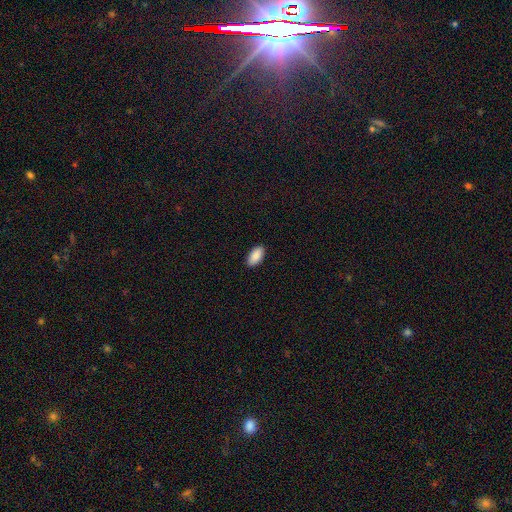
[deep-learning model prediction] Smooth or featured?
  - smooth: 90% *
  - star or artifact: 6%
  - featured or disk: 4%
How rounded?
  - in between: 94% *
  - cigar-shaped: 3%
  - round: 2%
Merging?
  - none: 90% *
  - minor disturbance: 7%
  - major disturbance: 2%
  - merger: 1%